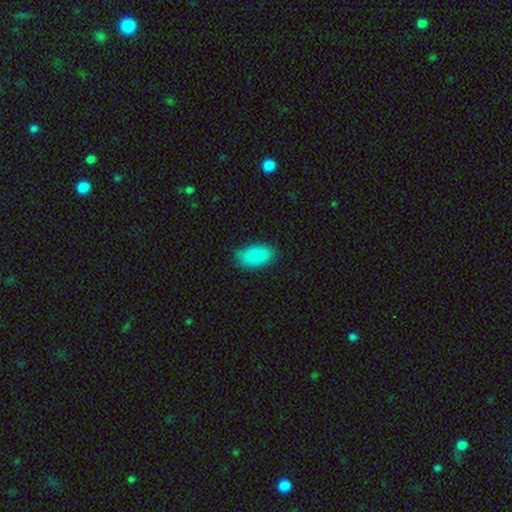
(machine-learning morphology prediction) type=smooth (89%); roundness=in between (94%); merging=none (80%).